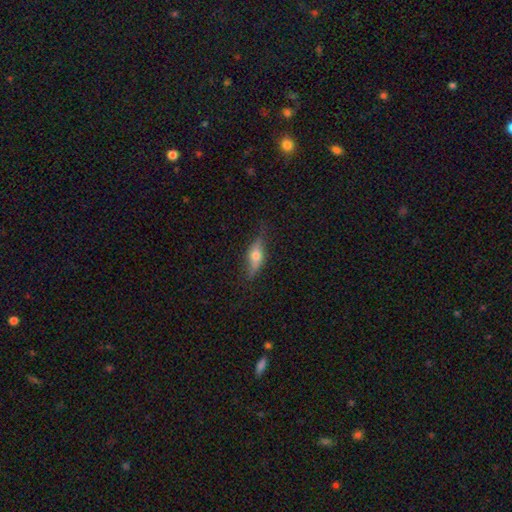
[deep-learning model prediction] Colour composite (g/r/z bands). It shows a featured or disk galaxy (50%) viewed edge-on (77%). Merging: none (73%).